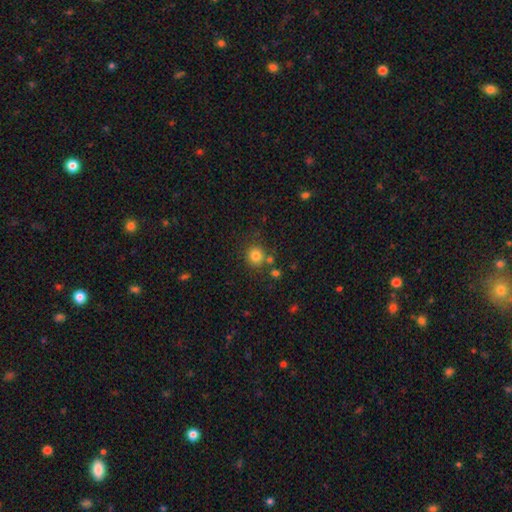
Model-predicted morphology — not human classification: smooth-or-featured: smooth: 81% | star or artifact: 13% | featured or disk: 6%
  how-rounded: round: 89% | in between: 10% | cigar-shaped: 1%
  merging: none: 77% | merger: 10% | minor disturbance: 9% | major disturbance: 3%